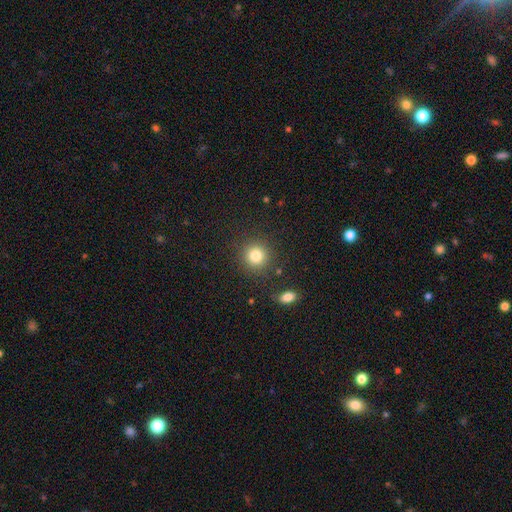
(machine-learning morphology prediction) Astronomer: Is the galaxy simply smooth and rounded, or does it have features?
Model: smooth — 82%.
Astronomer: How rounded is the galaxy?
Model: round — 92%.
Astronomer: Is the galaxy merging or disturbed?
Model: none — 87%.